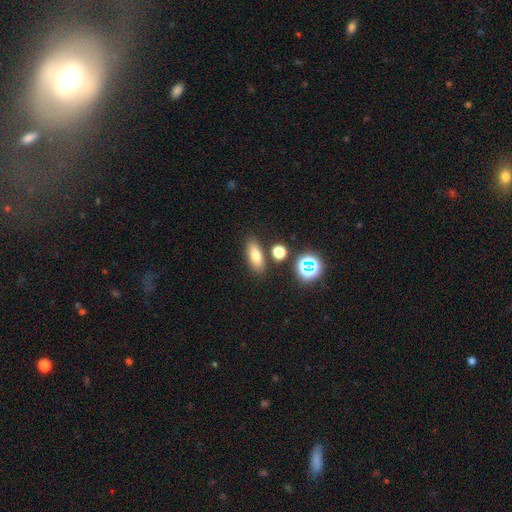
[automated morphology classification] Overall: smooth (72%). How rounded: in between (70%). Merging: none (80%).